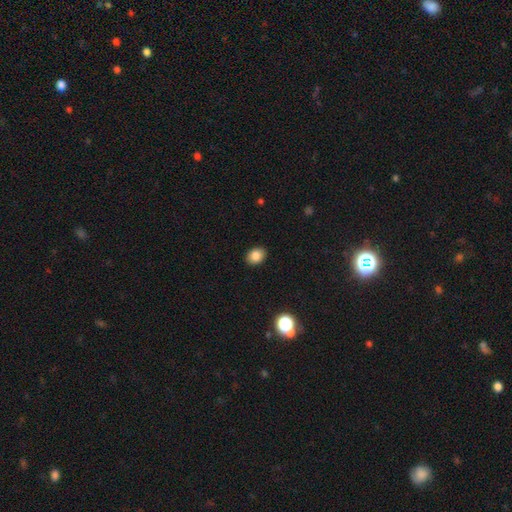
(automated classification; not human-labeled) This is clearly a smooth galaxy (84%). How rounded: likely in between (66%). Merging: clearly none (90%).